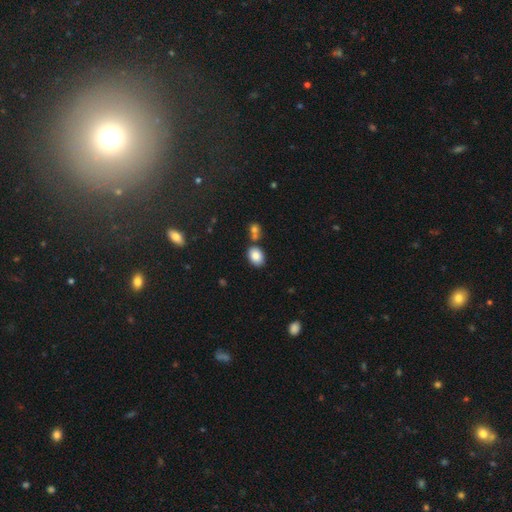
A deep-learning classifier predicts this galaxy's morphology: Smooth or featured?
  - smooth: 84% *
  - star or artifact: 9%
  - featured or disk: 7%
How rounded?
  - in between: 78% *
  - round: 21%
  - cigar-shaped: 1%
Merging?
  - none: 69% *
  - merger: 15%
  - minor disturbance: 12%
  - major disturbance: 3%